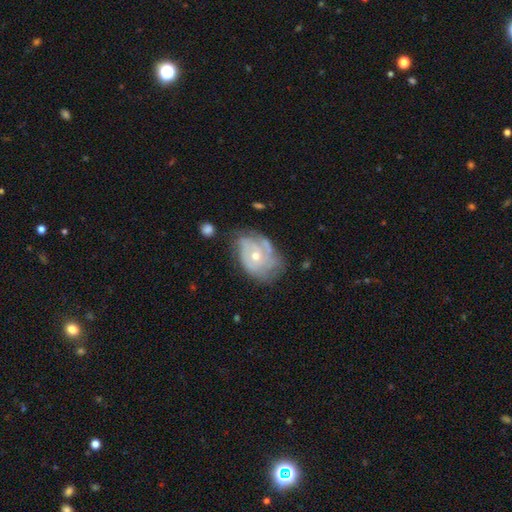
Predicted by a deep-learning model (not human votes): Morphology: type=featured or disk (75%); edge-on=no (96%); bar=no (80%); spiral arms=yes (82%); winding=tight (57%); arm count=can't tell (43%); bulge=moderate (52%); merging=none (51%).